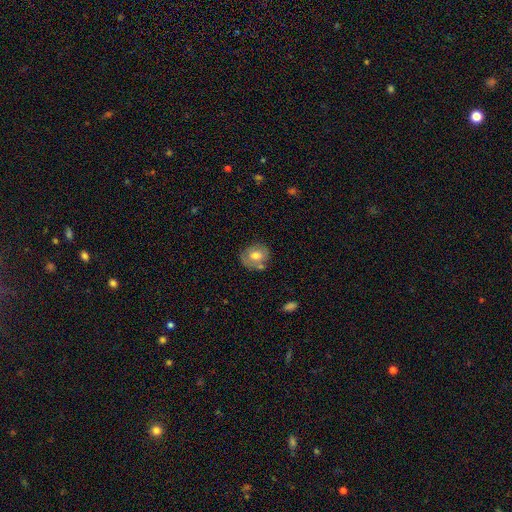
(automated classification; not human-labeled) Q: Smooth or featured?
A: smooth (64%); runner-up: featured or disk (28%)
Q: How rounded?
A: round (67%); runner-up: in between (32%)
Q: Merging?
A: none (62%); runner-up: minor disturbance (20%)